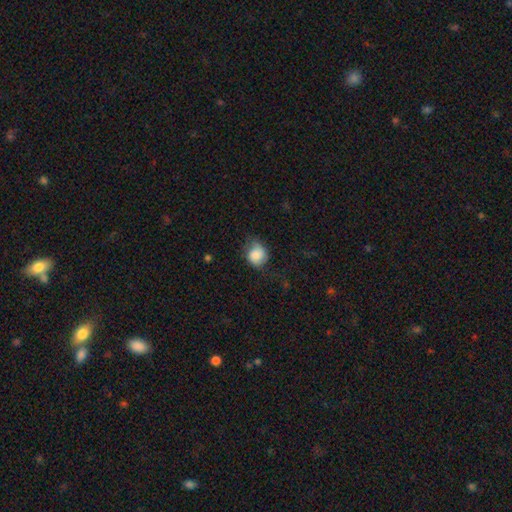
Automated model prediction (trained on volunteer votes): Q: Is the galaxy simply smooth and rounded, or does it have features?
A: smooth — 76%.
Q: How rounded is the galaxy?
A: round — 70%.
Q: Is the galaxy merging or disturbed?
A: none — 52%.